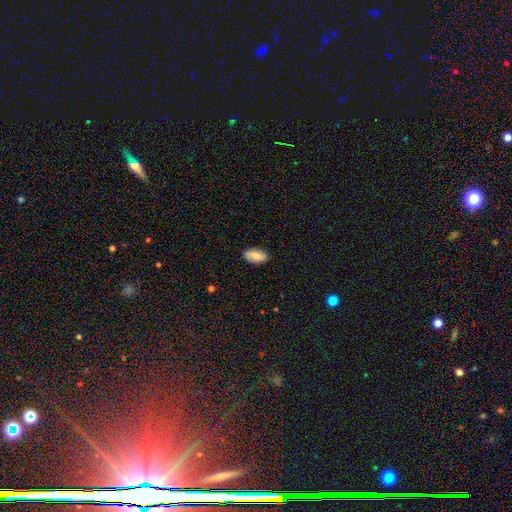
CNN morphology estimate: type=smooth (71%); roundness=in between (93%); merging=none (86%).